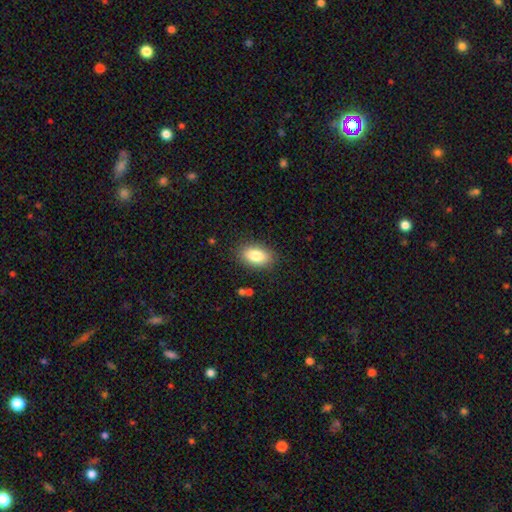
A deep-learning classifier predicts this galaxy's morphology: Smooth or featured: smooth — 82% (featured or disk — 10%)
How rounded: in between — 89% (round — 8%)
Merging: none — 86% (minor disturbance — 10%)